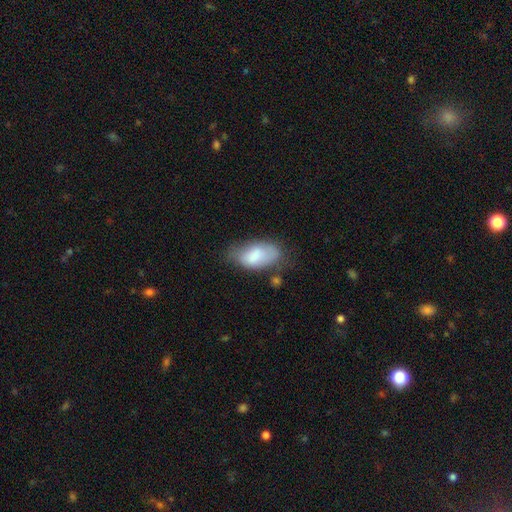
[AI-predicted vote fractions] Smooth or featured? smooth (77%)
How rounded? in between (93%)
Merging? none (46%)